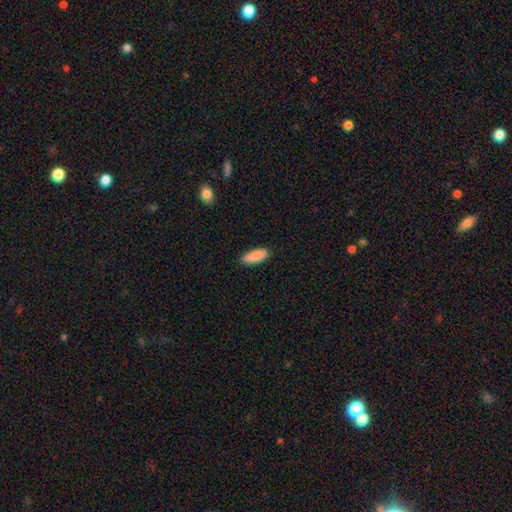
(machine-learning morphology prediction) Smooth or featured? Predicted: smooth (p=0.88). How rounded? Predicted: in between (p=0.78). Merging? Predicted: none (p=0.87).